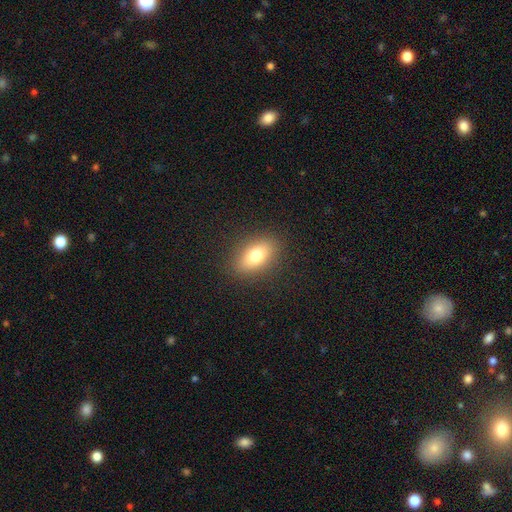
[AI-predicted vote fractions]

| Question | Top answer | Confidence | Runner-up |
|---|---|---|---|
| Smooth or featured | smooth | 75% | featured or disk (15%) |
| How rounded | in between | 84% | round (11%) |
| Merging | none | 87% | minor disturbance (9%) |